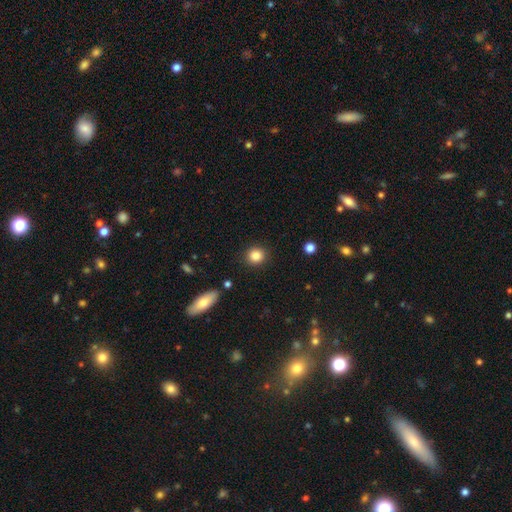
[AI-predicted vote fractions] Smooth or featured? smooth (86%)
How rounded? round (87%)
Merging? none (90%)